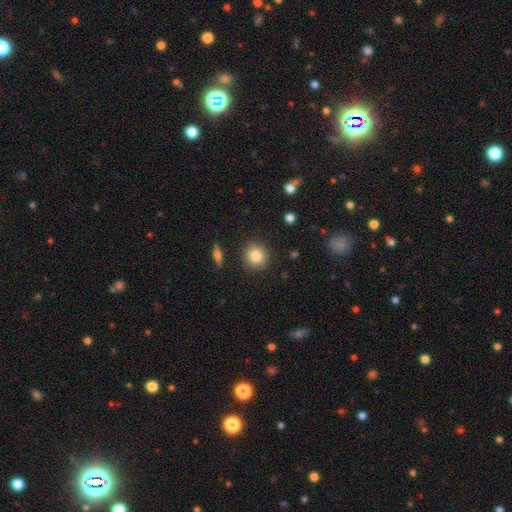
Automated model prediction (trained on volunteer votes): This appears to be a smooth galaxy with no disk features (83%) that is round (89%). Merging: none (89%).